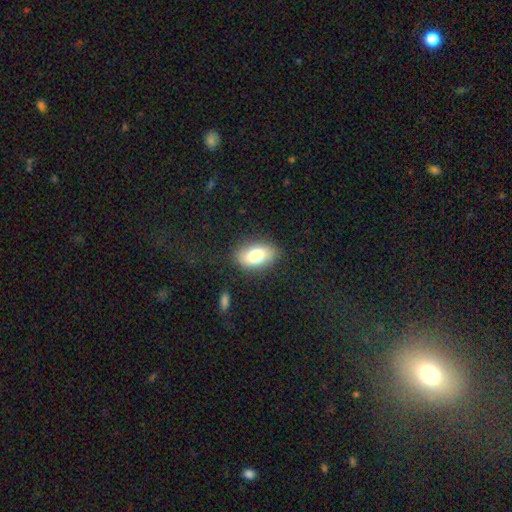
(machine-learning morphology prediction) smooth 76%, featured or disk 16%, star or artifact 8%. Down the decision tree: how rounded — in between (89%); merging — none (83%).